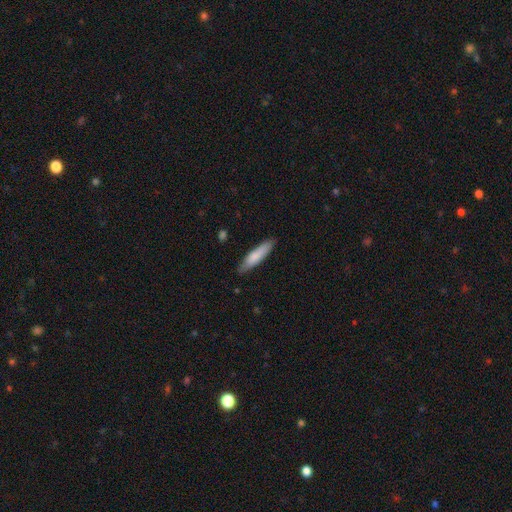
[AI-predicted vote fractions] This is likely a smooth galaxy (77%). How rounded: likely cigar-shaped (80%). Merging: clearly none (86%).